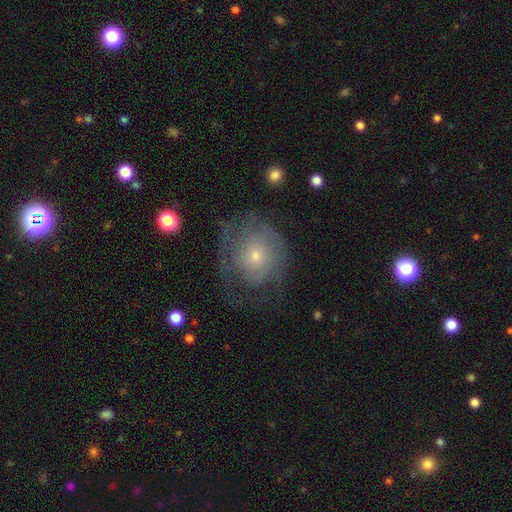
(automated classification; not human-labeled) Overall: featured or disk (65%; smooth 27%). Edge-on disk: no (97%). Bar: no (83%). Spiral arms: yes (79%). Bulge size: small (72%). Merging: none (54%; major disturbance 23%).